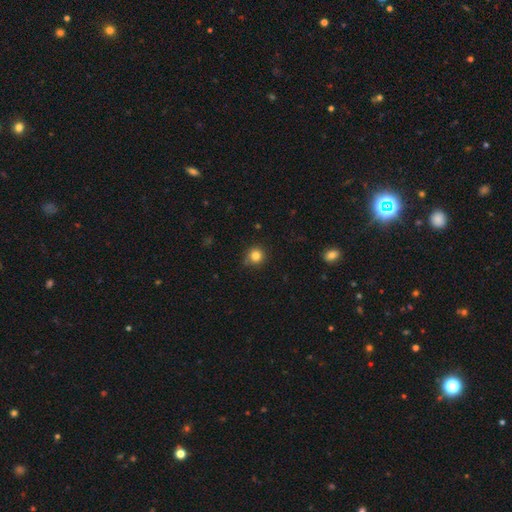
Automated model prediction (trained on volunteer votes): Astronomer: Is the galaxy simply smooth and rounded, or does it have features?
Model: smooth — 83%.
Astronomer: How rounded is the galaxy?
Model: round — 92%.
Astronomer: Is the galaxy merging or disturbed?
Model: none — 77%.